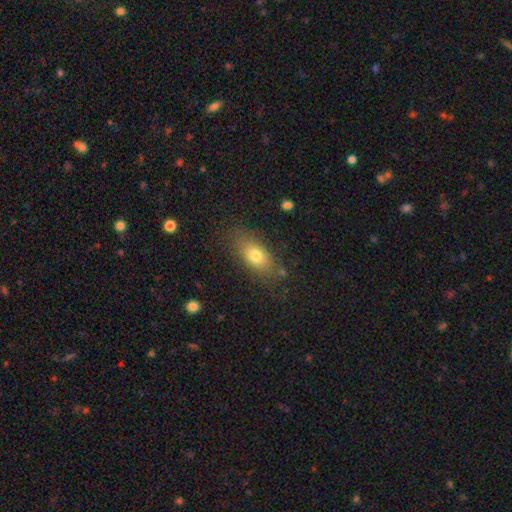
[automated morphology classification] This is likely a smooth galaxy (73%). How rounded: clearly in between (80%). Merging: likely none (78%).